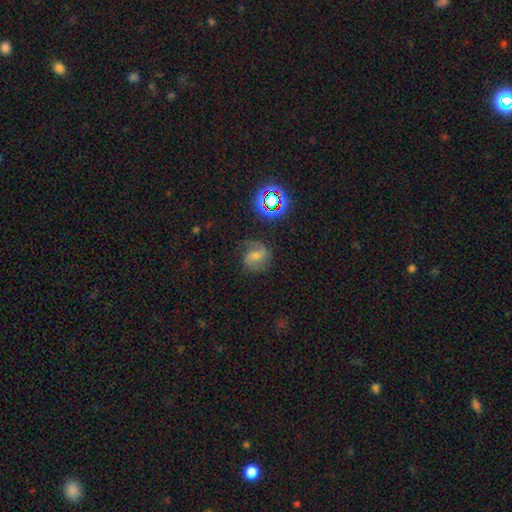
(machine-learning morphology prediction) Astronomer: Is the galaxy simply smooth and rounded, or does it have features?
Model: featured or disk — 61%.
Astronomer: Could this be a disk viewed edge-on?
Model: no — 97%.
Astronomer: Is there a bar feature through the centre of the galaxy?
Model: weak — 45% (runner-up: no, 28%).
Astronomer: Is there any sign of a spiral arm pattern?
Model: yes — 91%.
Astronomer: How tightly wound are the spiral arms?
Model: medium — 49% (runner-up: loose, 29%).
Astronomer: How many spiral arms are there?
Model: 2 — 78%.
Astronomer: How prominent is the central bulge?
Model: small — 47% (runner-up: moderate, 43%).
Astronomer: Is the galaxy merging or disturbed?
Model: none — 70%.